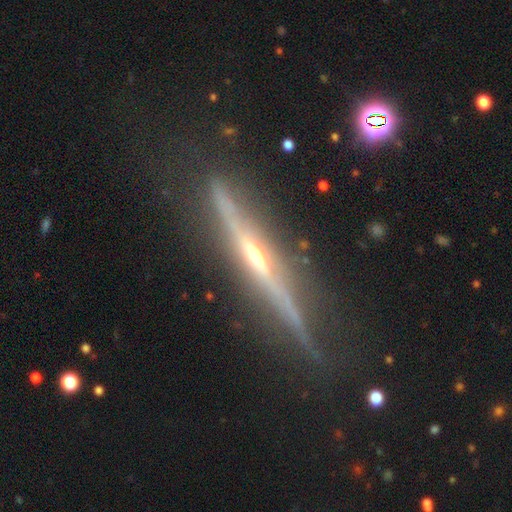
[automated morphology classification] type=featured or disk (84%); edge-on=yes (96%); edge-on bulge=rounded (70%); merging=none (79%).